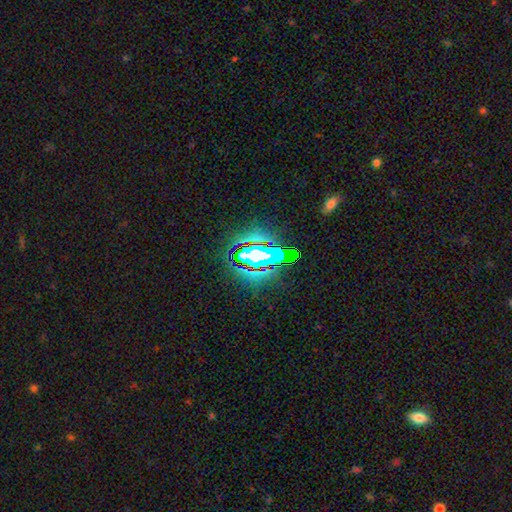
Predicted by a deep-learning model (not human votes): This is likely a star or artifact rather than a galaxy (66%).